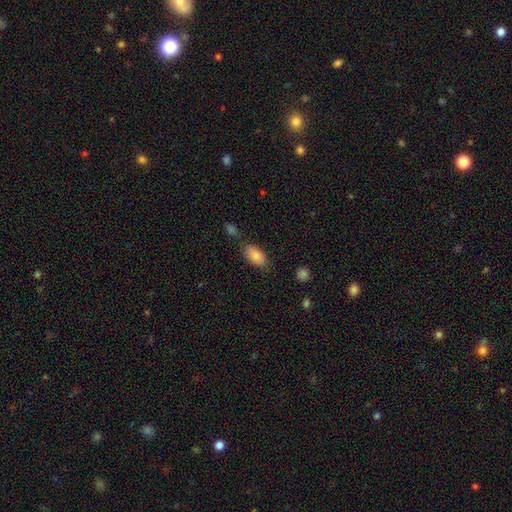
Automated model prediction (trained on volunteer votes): Smooth or featured? smooth (86%)
How rounded? in between (92%)
Merging? none (69%)